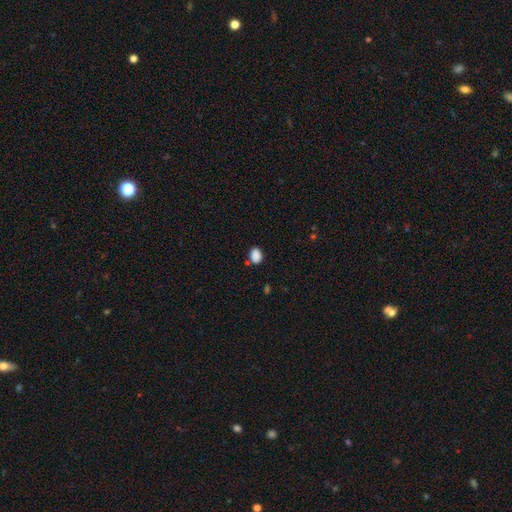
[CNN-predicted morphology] Smooth or featured? Predicted: smooth (p=0.87). How rounded? Predicted: in between (p=0.72). Merging? Predicted: none (p=0.73).